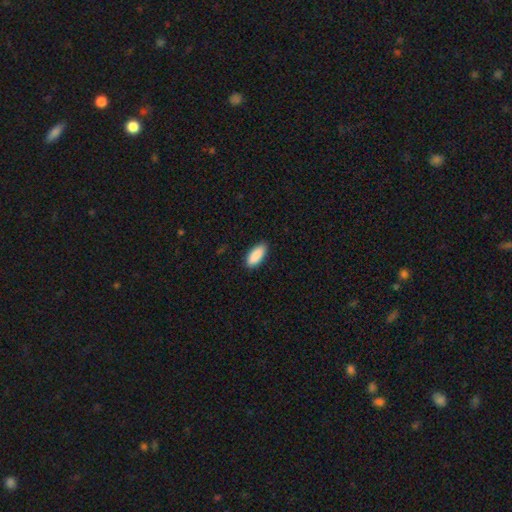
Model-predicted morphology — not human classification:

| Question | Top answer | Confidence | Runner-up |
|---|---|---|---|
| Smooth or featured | smooth | 91% | star or artifact (6%) |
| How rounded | in between | 85% | cigar-shaped (14%) |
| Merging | none | 87% | minor disturbance (10%) |